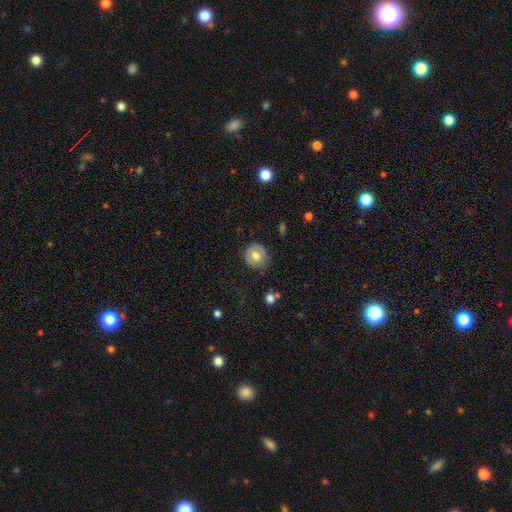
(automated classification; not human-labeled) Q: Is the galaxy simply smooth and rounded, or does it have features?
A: smooth — 64%.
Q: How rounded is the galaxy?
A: round — 83%.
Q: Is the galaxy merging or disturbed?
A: none — 77%.